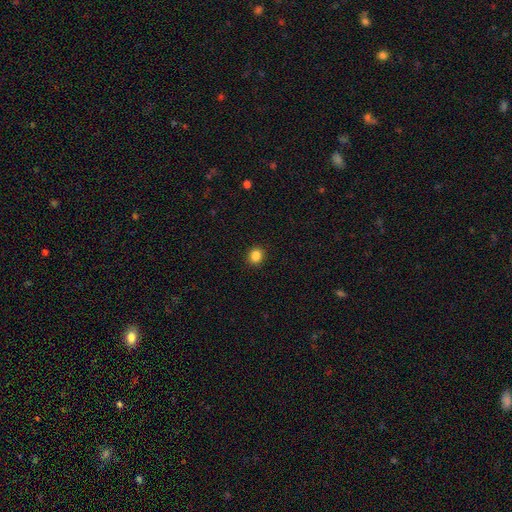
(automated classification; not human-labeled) Overall: smooth (85%). How rounded: round (80%). Merging: none (91%).